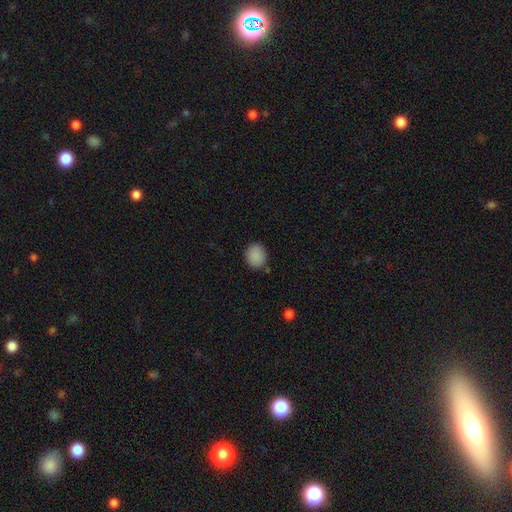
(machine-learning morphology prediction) Smooth or featured? Predicted: smooth (p=0.88). How rounded? Predicted: round (p=0.68). Merging? Predicted: none (p=0.82).